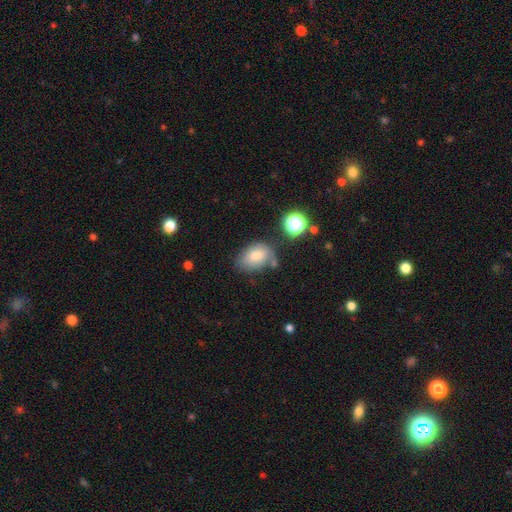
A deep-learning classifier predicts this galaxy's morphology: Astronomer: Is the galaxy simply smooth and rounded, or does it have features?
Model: smooth — 77%.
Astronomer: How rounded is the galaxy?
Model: in between — 81%.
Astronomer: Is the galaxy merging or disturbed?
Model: none — 58%.